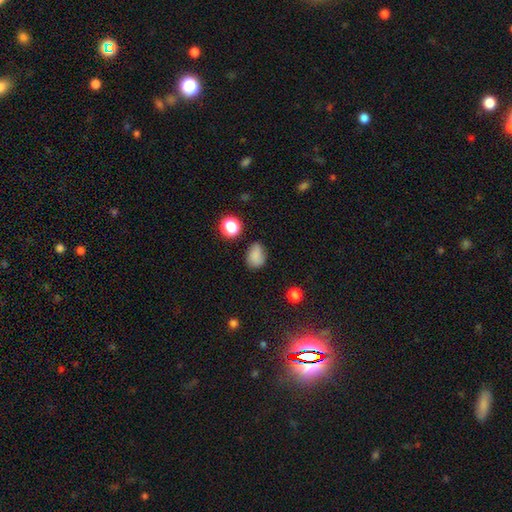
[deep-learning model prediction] smooth_or_featured: smooth (p=0.81) [alt: star or artifact p=0.13]
how_rounded: in between (p=0.69) [alt: round p=0.30]
merging: none (p=0.67) [alt: minor disturbance p=0.24]